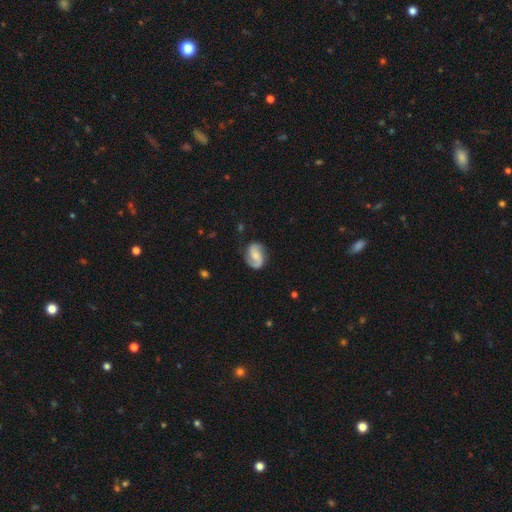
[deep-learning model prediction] Overall: featured or disk (75%). Edge-on disk: no (98%). Bar: no (50%; weak 38%). Spiral arms: yes (96%). Spiral arm count: 2 (83%). Spiral winding: medium (43%; loose 36%). Bulge size: small (40%; moderate 38%). Merging: none (75%).